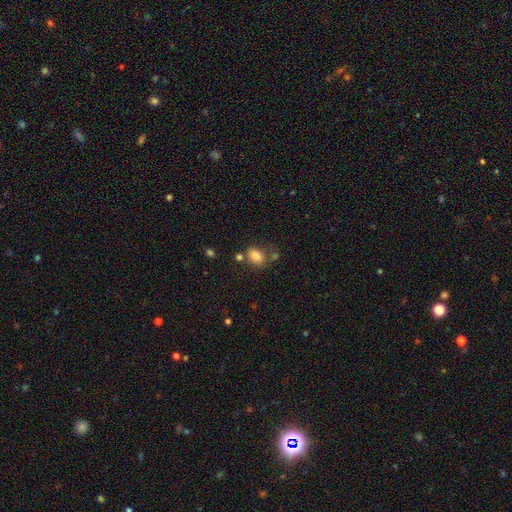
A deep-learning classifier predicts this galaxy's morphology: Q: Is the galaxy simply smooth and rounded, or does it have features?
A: smooth — 83%.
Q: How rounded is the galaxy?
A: in between — 79%.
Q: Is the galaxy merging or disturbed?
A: none — 58%.